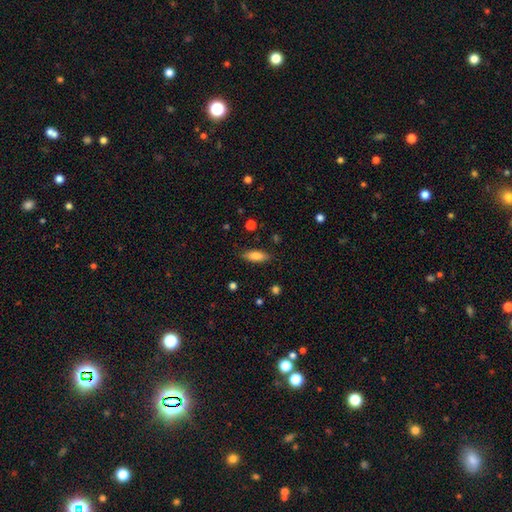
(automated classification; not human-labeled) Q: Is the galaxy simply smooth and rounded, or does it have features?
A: smooth — 80%.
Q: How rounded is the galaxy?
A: in between — 66%.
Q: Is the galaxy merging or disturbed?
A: none — 85%.